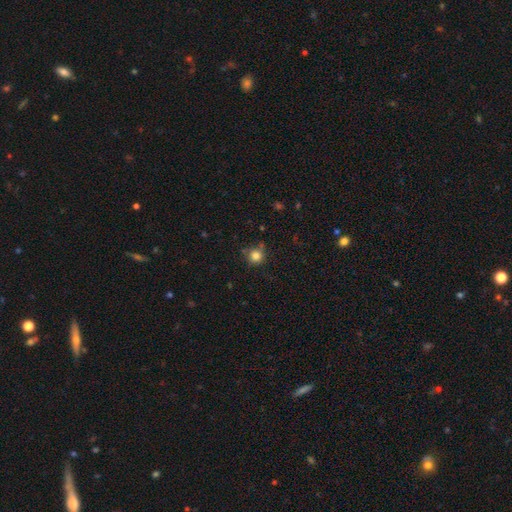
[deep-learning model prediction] Overall: smooth (82%). How rounded: round (93%). Merging: none (78%).